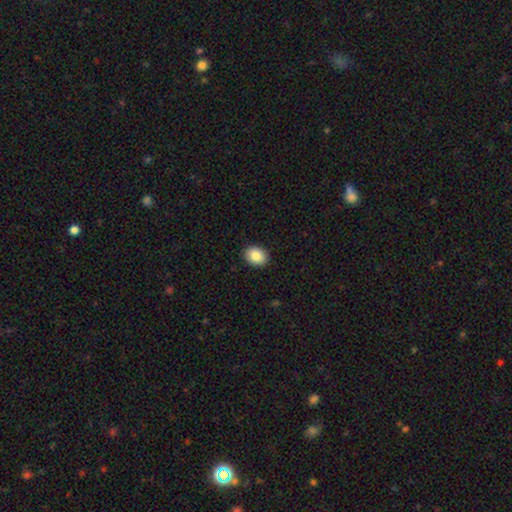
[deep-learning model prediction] This is clearly a smooth galaxy (85%). How rounded: likely in between (62%). Merging: clearly none (90%).